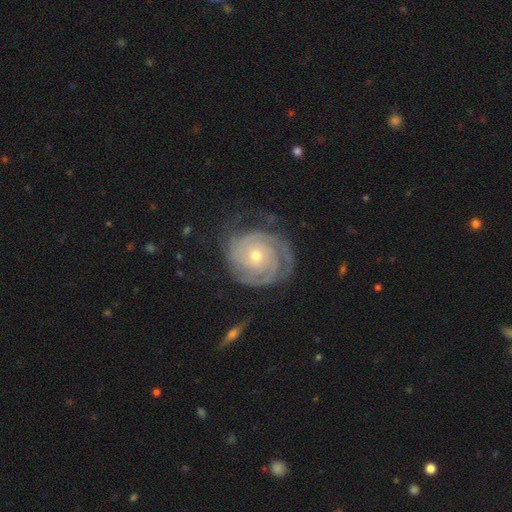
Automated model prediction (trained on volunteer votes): Smooth or featured? Predicted: featured or disk (p=0.87). Edge-on disk? Predicted: no (p=0.98). Bar? Predicted: no (p=0.80). Spiral arms? Predicted: yes (p=0.97). Spiral winding? Predicted: tight (p=0.81). Spiral arm count? Predicted: 3 (p=0.27). Bulge size? Predicted: small (p=0.55). Merging? Predicted: none (p=0.70).